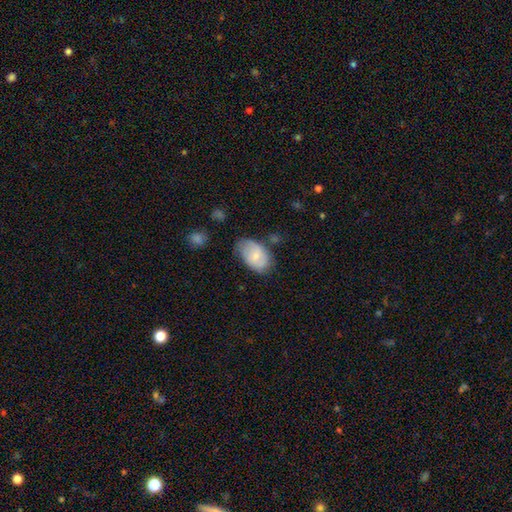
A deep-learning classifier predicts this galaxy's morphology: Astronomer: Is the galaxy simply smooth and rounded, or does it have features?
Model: smooth — 64%.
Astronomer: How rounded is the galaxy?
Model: in between — 89%.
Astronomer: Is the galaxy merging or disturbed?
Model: none — 56%.